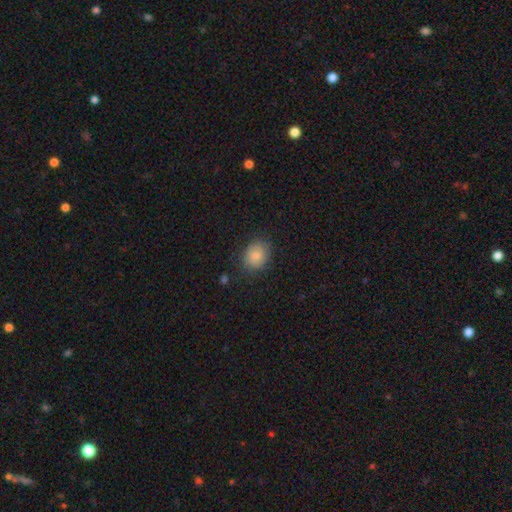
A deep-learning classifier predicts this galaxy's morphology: smooth 85%, star or artifact 8%, featured or disk 7%. Down the decision tree: how rounded — round (55%); merging — none (78%).